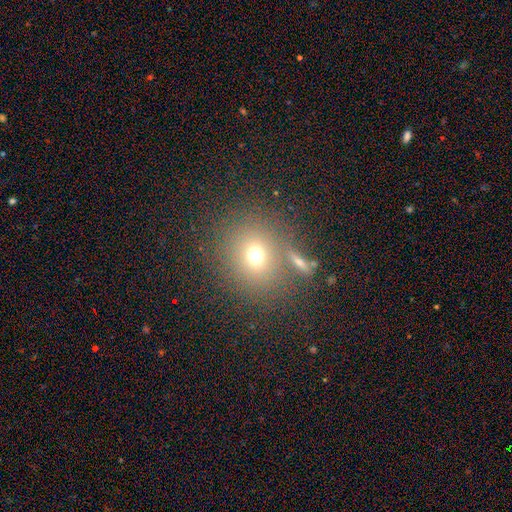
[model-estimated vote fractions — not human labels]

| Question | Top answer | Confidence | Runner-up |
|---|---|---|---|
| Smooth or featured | smooth | 69% | star or artifact (19%) |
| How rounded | round | 77% | in between (21%) |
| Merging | none | 67% | merger (17%) |